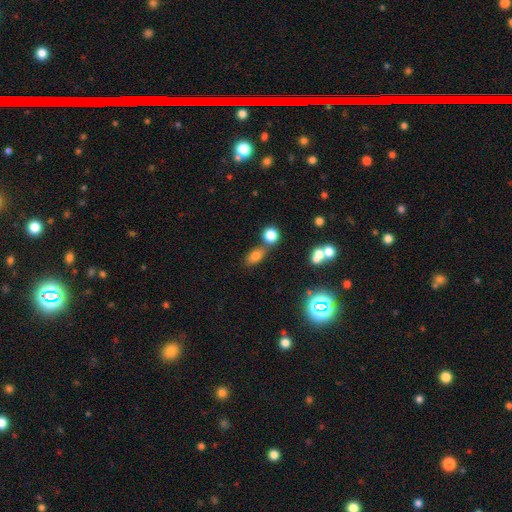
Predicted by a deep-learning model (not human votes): Morphology: type=smooth (75%); roundness=in between (77%); merging=none (60%).